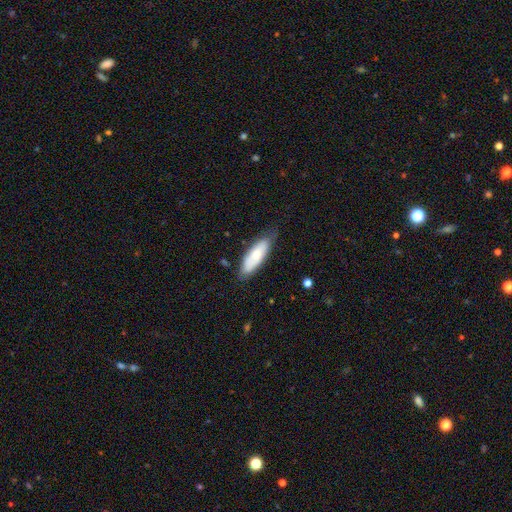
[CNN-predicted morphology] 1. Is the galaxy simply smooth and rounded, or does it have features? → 61% smooth, 34% featured or disk, 6% star or artifact.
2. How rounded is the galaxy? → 63% in between, 35% cigar-shaped, 2% round.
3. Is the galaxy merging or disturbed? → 69% none, 24% minor disturbance, 5% major disturbance, 2% merger.